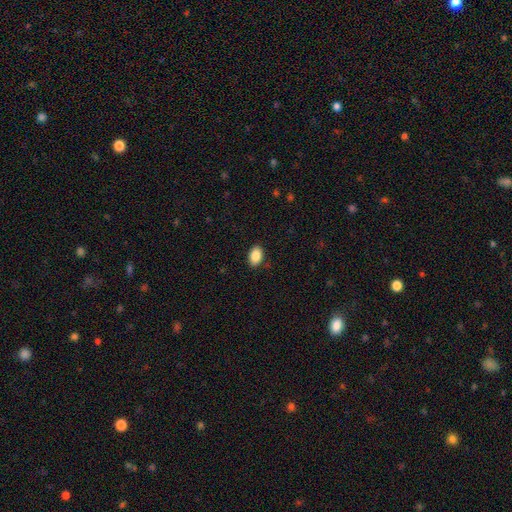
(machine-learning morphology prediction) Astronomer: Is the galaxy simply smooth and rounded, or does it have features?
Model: smooth — 88%.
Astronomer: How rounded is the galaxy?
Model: in between — 88%.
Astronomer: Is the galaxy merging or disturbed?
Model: none — 88%.